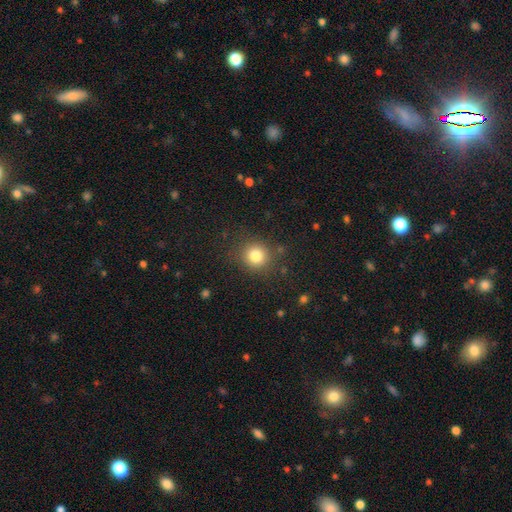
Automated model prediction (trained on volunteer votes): This is clearly a smooth galaxy (81%). How rounded: clearly round (88%). Merging: clearly none (86%).